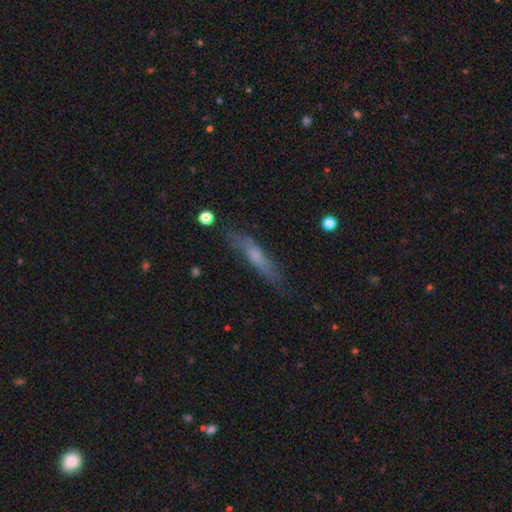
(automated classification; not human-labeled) Smooth or featured? smooth (54%)
How rounded? cigar-shaped (84%)
Merging? none (73%)